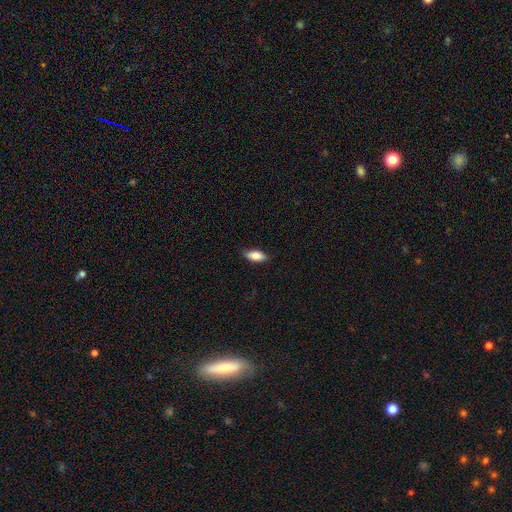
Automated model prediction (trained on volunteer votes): Q: Smooth or featured?
A: smooth (83%); runner-up: featured or disk (11%)
Q: How rounded?
A: in between (83%); runner-up: cigar-shaped (15%)
Q: Merging?
A: none (83%); runner-up: minor disturbance (14%)